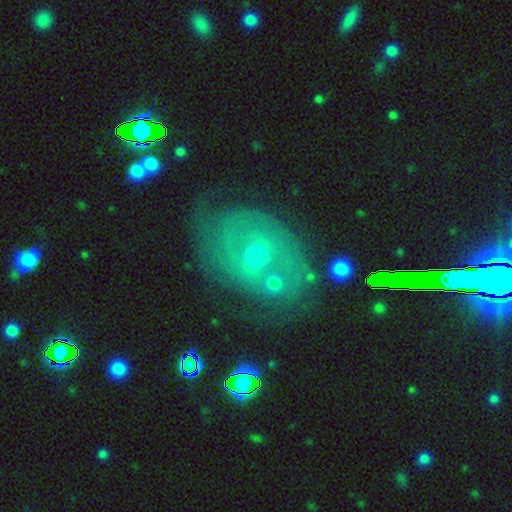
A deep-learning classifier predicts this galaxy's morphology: Q: Smooth or featured?
A: featured or disk (67%); runner-up: smooth (23%)
Q: Edge-on disk?
A: no (95%); runner-up: yes (5%)
Q: Bar?
A: no (44%); runner-up: weak (40%)
Q: Spiral arms?
A: yes (60%); runner-up: no (40%)
Q: Bulge size?
A: small (51%); runner-up: moderate (44%)
Q: Merging?
A: none (51%); runner-up: minor disturbance (22%)